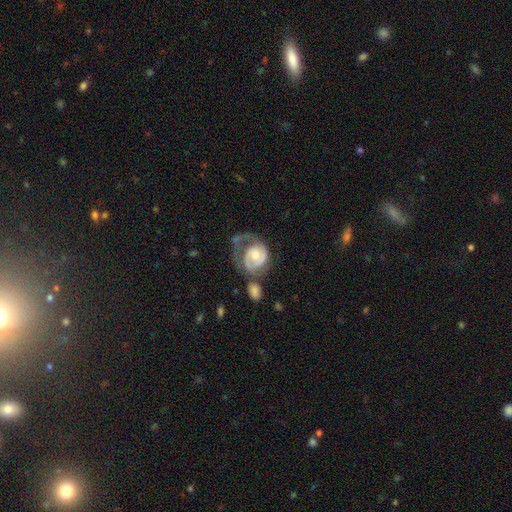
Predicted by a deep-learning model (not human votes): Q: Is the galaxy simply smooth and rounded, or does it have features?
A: featured or disk — 76%.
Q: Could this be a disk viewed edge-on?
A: no — 98%.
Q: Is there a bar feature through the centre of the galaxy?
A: no — 66%.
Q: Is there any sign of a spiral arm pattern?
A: yes — 89%.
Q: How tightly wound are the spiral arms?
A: tight — 47%.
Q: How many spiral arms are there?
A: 2 — 42%.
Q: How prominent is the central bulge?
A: moderate — 57%.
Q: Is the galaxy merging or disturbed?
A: major disturbance — 37%.